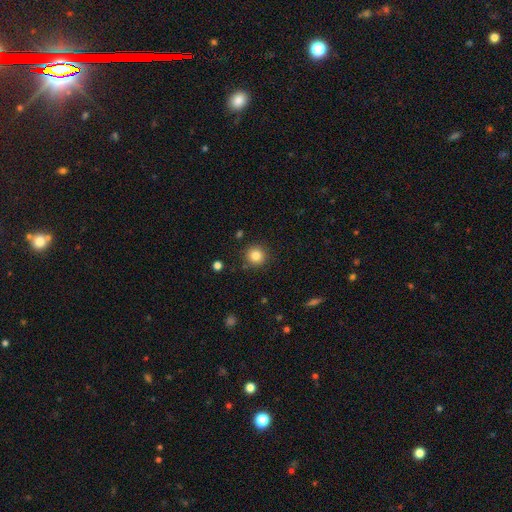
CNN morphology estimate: type=smooth (83%); roundness=round (94%); merging=none (88%).